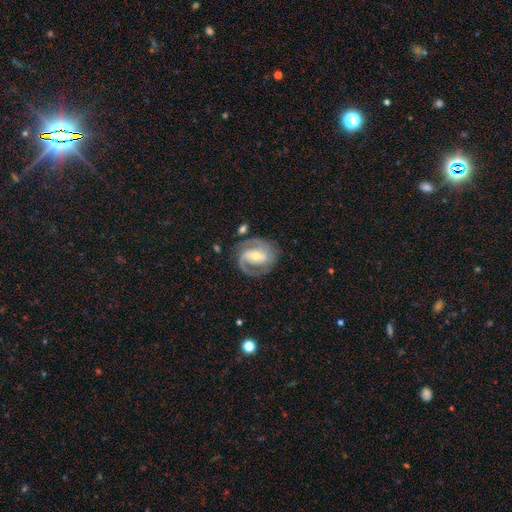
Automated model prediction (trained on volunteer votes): smooth_or_featured: featured or disk (p=0.88) [alt: smooth p=0.08]
disk_edge_on: no (p=0.97) [alt: yes p=0.03]
bar: weak (p=0.41) [alt: strong p=0.32]
has_spiral_arms: yes (p=0.96) [alt: no p=0.04]
spiral_winding: medium (p=0.47) [alt: tight p=0.42]
spiral_arm_count: 2 (p=0.79) [alt: 1 p=0.07]
bulge_size: moderate (p=0.55) [alt: small p=0.40]
merging: none (p=0.74) [alt: minor disturbance p=0.16]